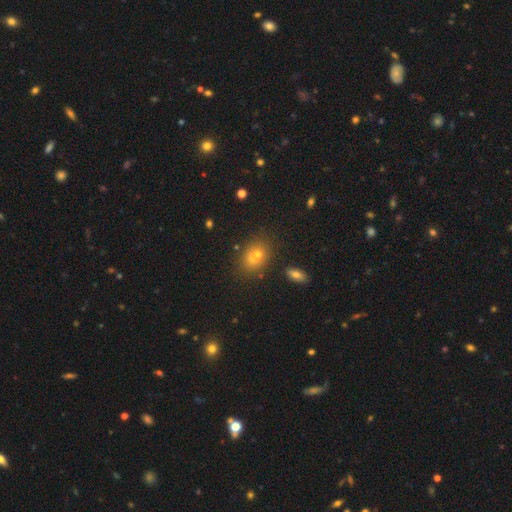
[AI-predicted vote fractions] smooth-or-featured: smooth: 59% | star or artifact: 22% | featured or disk: 19%
  how-rounded: in between: 52% | round: 45% | cigar-shaped: 2%
  merging: none: 50% | merger: 35% | minor disturbance: 11% | major disturbance: 4%